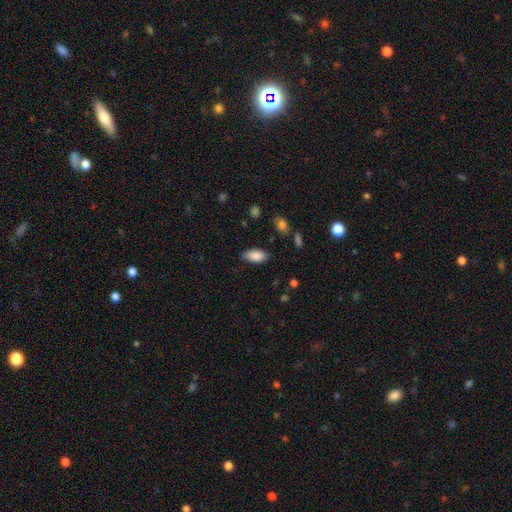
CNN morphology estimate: smooth-or-featured: smooth: 87% | star or artifact: 7% | featured or disk: 6%
  how-rounded: in between: 92% | cigar-shaped: 5% | round: 3%
  merging: none: 83% | minor disturbance: 13% | major disturbance: 3% | merger: 1%